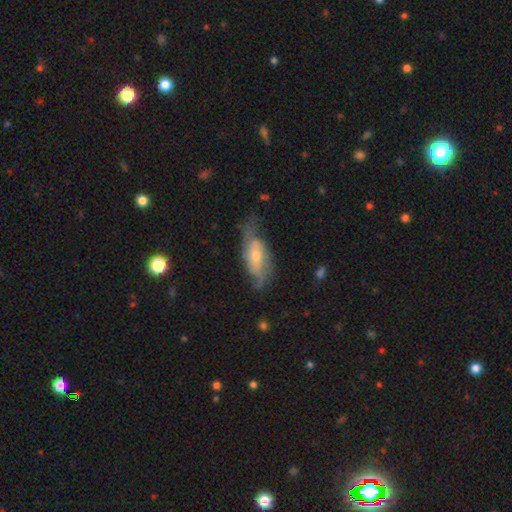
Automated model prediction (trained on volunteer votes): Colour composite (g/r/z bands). It shows a featured or disk galaxy (67%) with no bar (54%), spiral arms (85%) and a small central bulge (50%). Merging: none (57%).